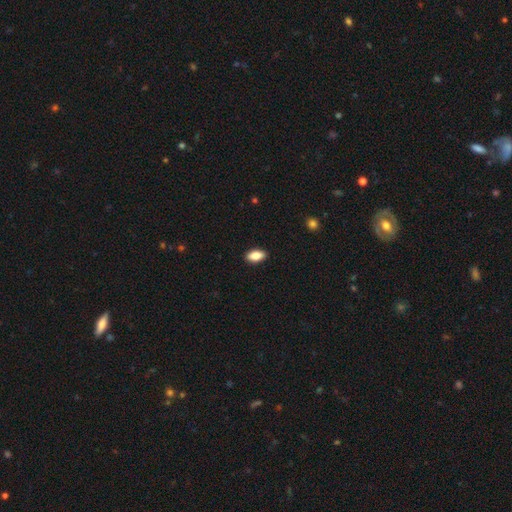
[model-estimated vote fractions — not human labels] Q: Smooth or featured?
A: smooth (85%); runner-up: featured or disk (9%)
Q: How rounded?
A: in between (90%); runner-up: cigar-shaped (6%)
Q: Merging?
A: none (90%); runner-up: minor disturbance (8%)